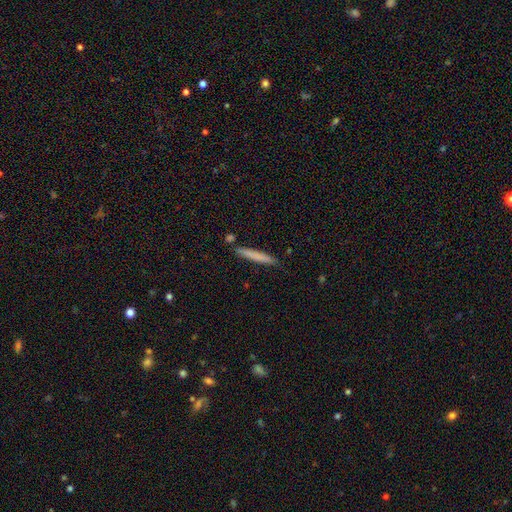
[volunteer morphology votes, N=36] Smooth or featured? smooth (69%)
How rounded? cigar-shaped (96%)
Merging? none (80%)